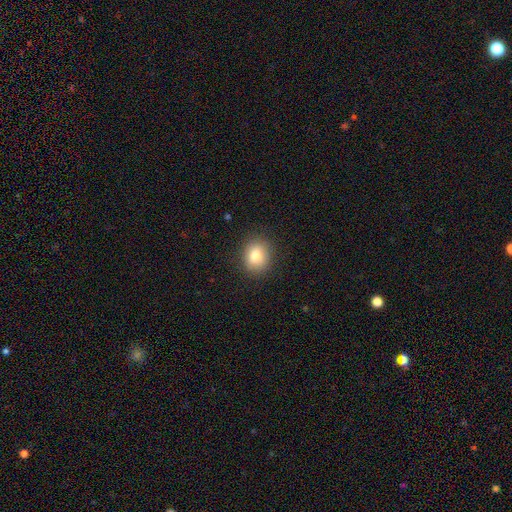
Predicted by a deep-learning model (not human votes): smooth_or_featured: smooth (p=0.80) [alt: star or artifact p=0.10]
how_rounded: round (p=0.60) [alt: in between p=0.39]
merging: none (p=0.88) [alt: minor disturbance p=0.09]